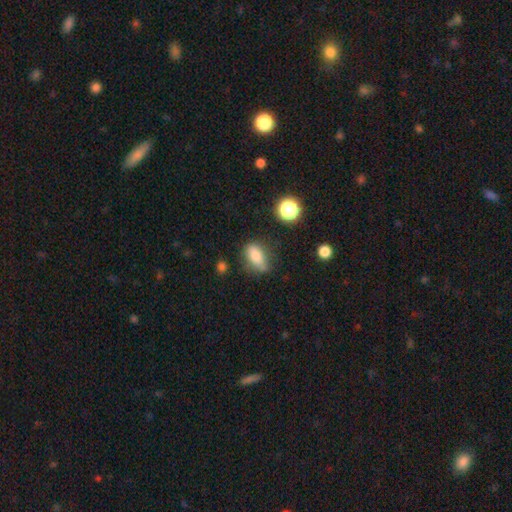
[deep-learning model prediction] A smooth galaxy with no disk features (76%) that is in between round and cigar-shaped (78%). Merging: none (60%).